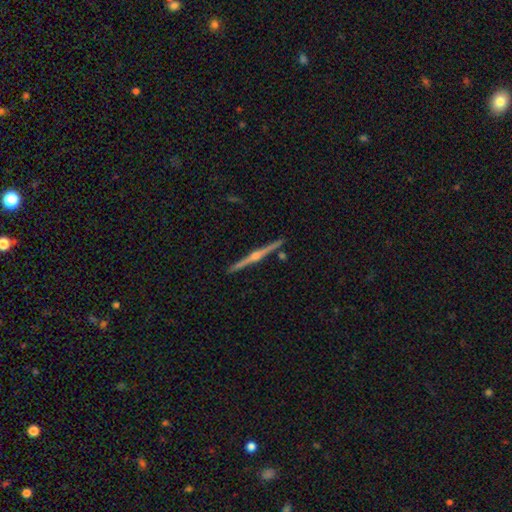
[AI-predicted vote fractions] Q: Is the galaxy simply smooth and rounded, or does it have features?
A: featured or disk — 76%.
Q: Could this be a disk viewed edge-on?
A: yes — 97%.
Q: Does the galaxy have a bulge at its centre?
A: rounded — 78%.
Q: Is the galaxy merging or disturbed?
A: none — 88%.